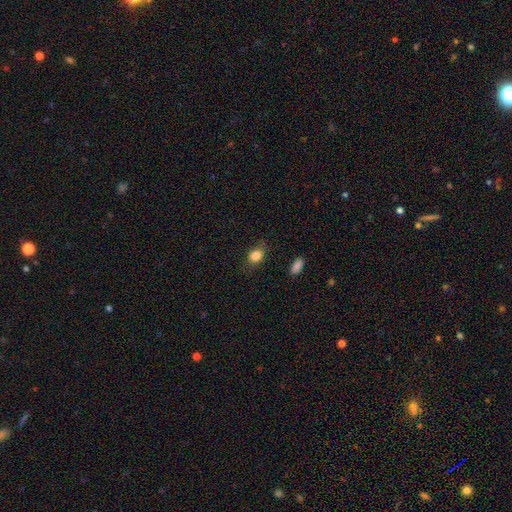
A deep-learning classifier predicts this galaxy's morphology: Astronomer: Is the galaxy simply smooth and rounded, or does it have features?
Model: smooth — 84%.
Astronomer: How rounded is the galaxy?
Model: in between — 61% (runner-up: round, 37%).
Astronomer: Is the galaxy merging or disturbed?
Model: none — 74%.